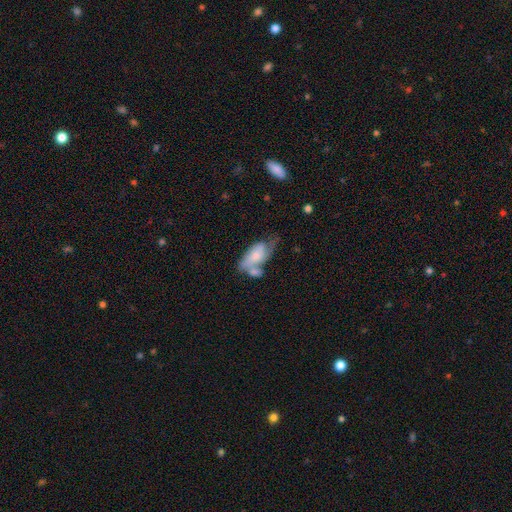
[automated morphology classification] This is possibly a smooth galaxy (50%). Merging: marginally merger (39%).